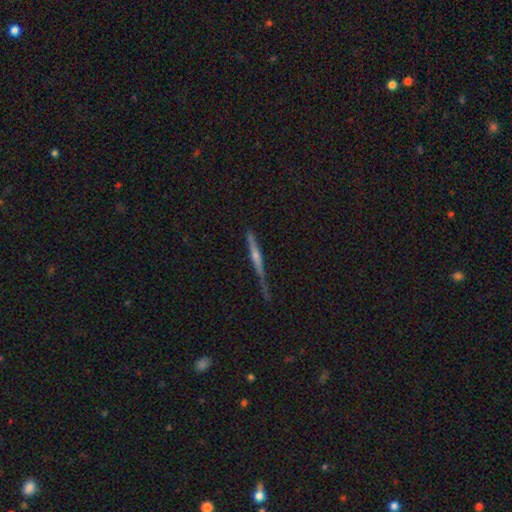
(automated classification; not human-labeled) A featured or disk galaxy (74%) viewed edge-on (97%) with a rounded central bulge (71%).

Vote fractions:
- Smooth or featured? featured or disk: 74% / smooth: 17% / star or artifact: 9%
- Edge-on disk? yes: 97% / no: 3%
- Edge-on bulge? rounded: 71% / none: 20% / boxy: 9%
- Merging? none: 85% / minor disturbance: 11% / major disturbance: 2% / merger: 2%